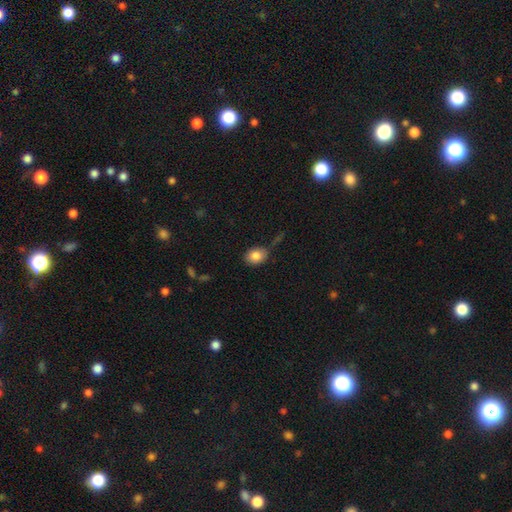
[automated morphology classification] Smooth or featured? Predicted: smooth (p=0.84). How rounded? Predicted: in between (p=0.66). Merging? Predicted: none (p=0.68).